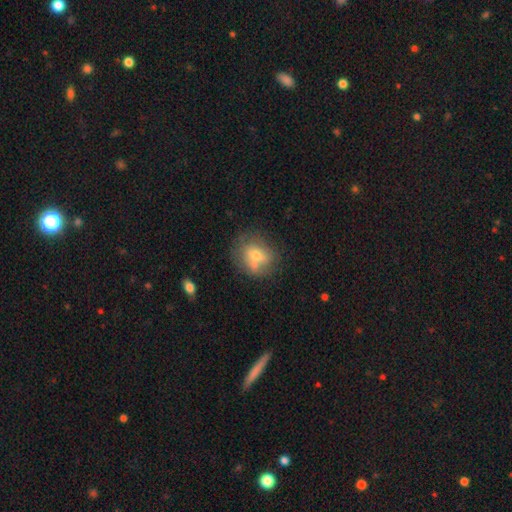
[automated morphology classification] Q: Smooth or featured?
A: smooth (56%); runner-up: featured or disk (33%)
Q: How rounded?
A: round (63%); runner-up: in between (35%)
Q: Merging?
A: none (55%); runner-up: minor disturbance (24%)